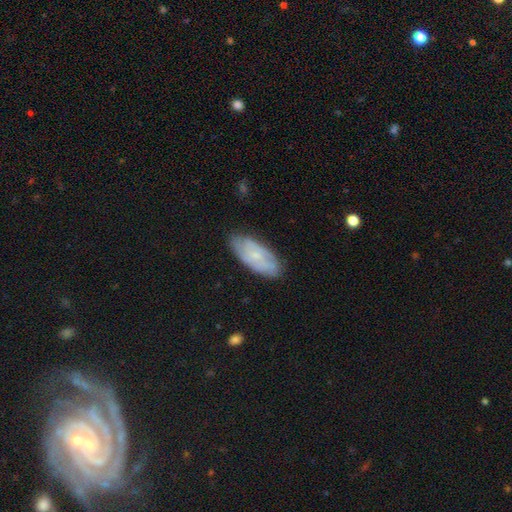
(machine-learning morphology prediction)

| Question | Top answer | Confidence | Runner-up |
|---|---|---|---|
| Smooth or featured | smooth | 48% | featured or disk (46%) |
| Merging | none | 76% | minor disturbance (19%) |